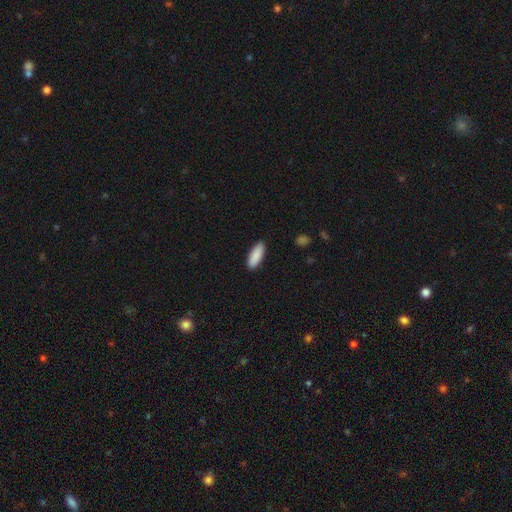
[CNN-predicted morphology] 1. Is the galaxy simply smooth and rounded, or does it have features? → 89% smooth, 6% star or artifact, 5% featured or disk.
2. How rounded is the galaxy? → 73% in between, 25% cigar-shaped, 2% round.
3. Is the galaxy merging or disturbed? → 89% none, 9% minor disturbance, 2% major disturbance, 1% merger.